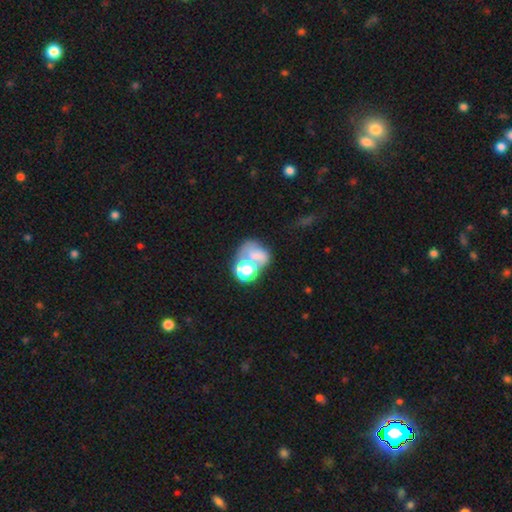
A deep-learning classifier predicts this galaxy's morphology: Smooth or featured: smooth — 58% (featured or disk — 27%)
How rounded: in between — 56% (round — 43%)
Merging: merger — 55% (none — 19%)